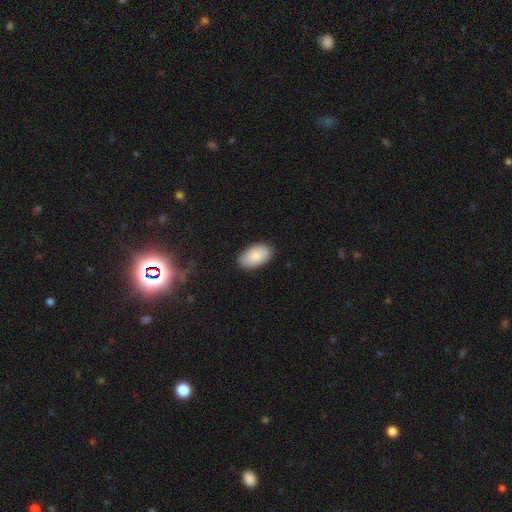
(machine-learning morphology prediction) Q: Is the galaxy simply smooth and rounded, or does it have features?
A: smooth — 87%.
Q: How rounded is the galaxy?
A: in between — 95%.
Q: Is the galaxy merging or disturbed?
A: none — 86%.